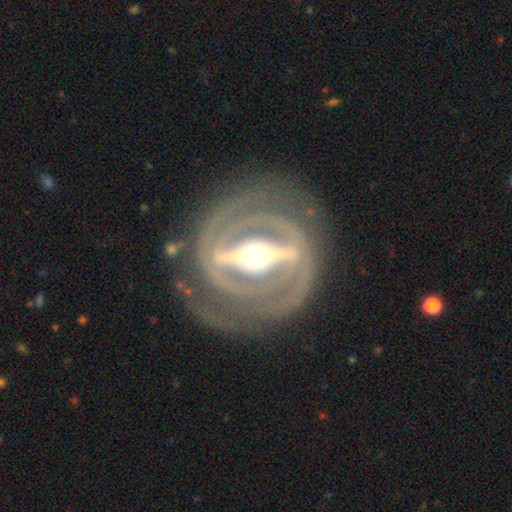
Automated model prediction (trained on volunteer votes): Smooth or featured? Predicted: featured or disk (p=0.91). Edge-on disk? Predicted: no (p=0.90). Bar? Predicted: strong (p=0.87). Spiral arms? Predicted: yes (p=0.86). Spiral winding? Predicted: tight (p=0.69). Spiral arm count? Predicted: 2 (p=0.65). Bulge size? Predicted: moderate (p=0.68). Merging? Predicted: none (p=0.77).